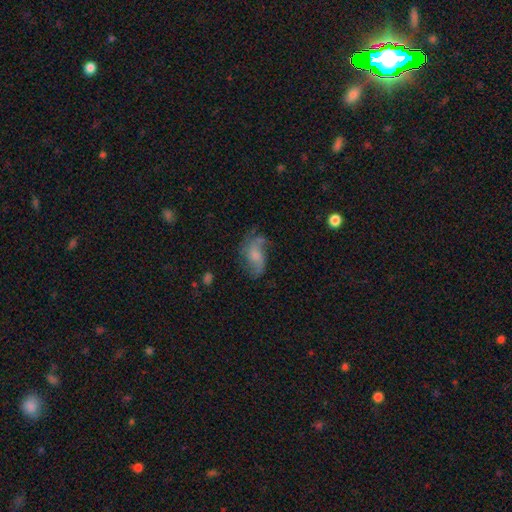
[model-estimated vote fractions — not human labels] Q: Smooth or featured?
A: featured or disk (54%); runner-up: smooth (36%)
Q: Edge-on disk?
A: no (95%); runner-up: yes (5%)
Q: Bar?
A: no (65%); runner-up: weak (29%)
Q: Spiral arms?
A: yes (79%); runner-up: no (21%)
Q: Bulge size?
A: small (38%); runner-up: moderate (33%)
Q: Merging?
A: none (49%); runner-up: minor disturbance (26%)